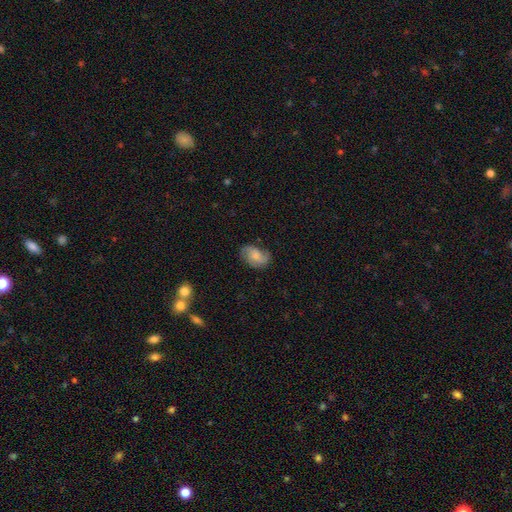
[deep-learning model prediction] Smooth or featured: featured or disk — 47% (smooth — 45%)
Merging: none — 64% (minor disturbance — 25%)